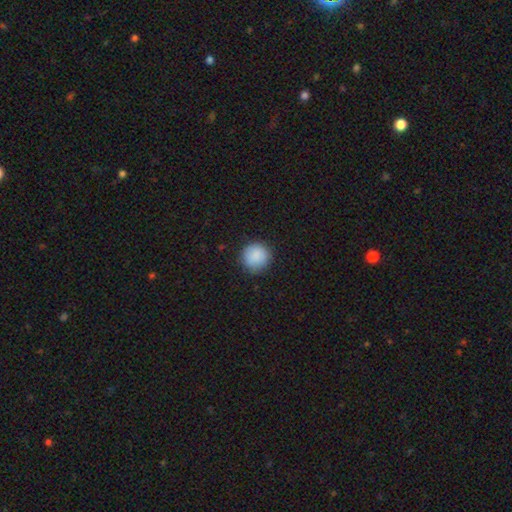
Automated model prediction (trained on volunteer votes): Q: Smooth or featured?
A: smooth (89%); runner-up: star or artifact (8%)
Q: How rounded?
A: round (94%); runner-up: in between (5%)
Q: Merging?
A: none (87%); runner-up: minor disturbance (10%)